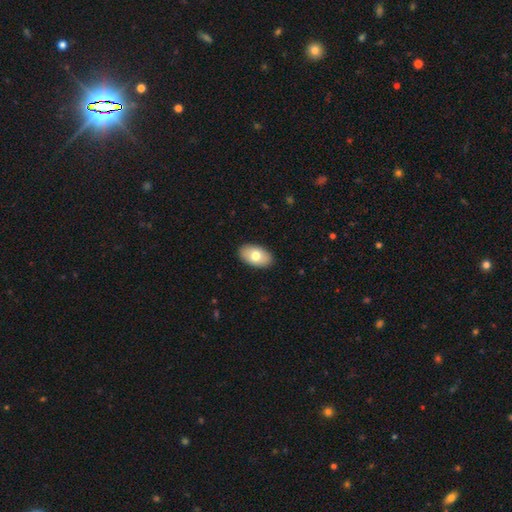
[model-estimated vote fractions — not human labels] This appears to be a smooth galaxy with no disk features (74%) that is in between round and cigar-shaped (94%). Merging: none (90%).